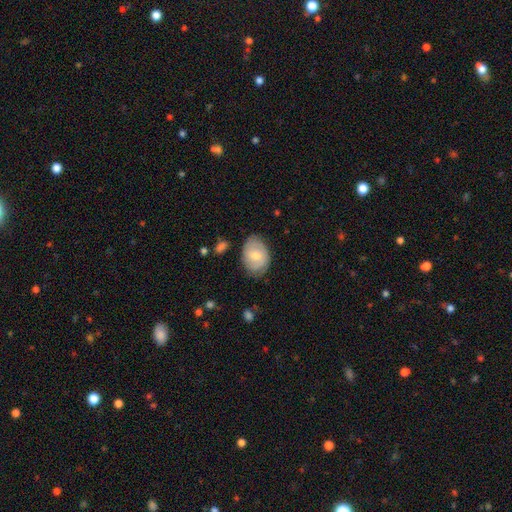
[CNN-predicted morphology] smooth_or_featured: smooth (p=0.53) [alt: featured or disk p=0.41]
how_rounded: in between (p=0.74) [alt: round p=0.25]
merging: none (p=0.73) [alt: minor disturbance p=0.21]